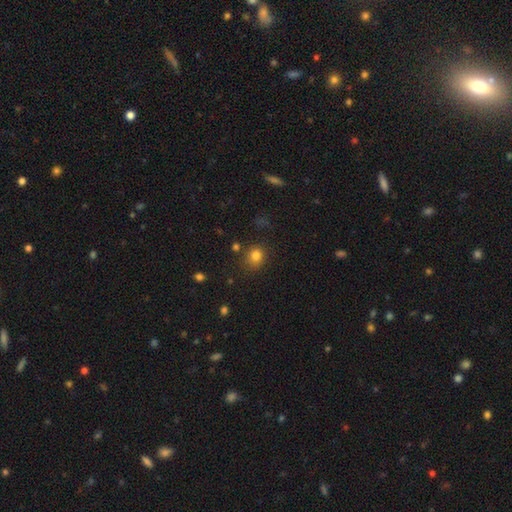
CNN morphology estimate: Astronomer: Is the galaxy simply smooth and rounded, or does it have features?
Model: smooth — 81%.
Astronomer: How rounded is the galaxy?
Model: round — 75%.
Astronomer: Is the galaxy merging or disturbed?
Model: none — 78%.